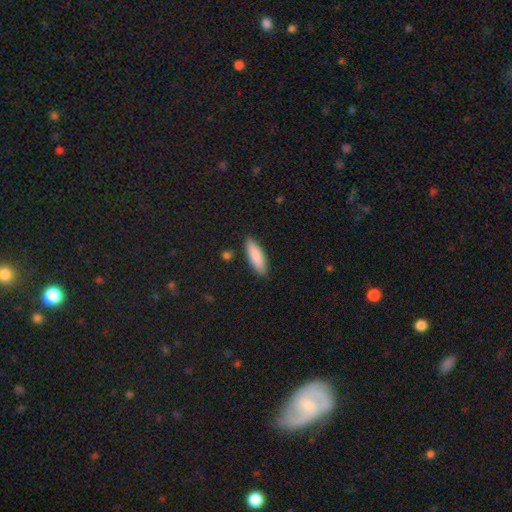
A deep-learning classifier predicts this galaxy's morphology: smooth-or-featured: smooth: 87% | featured or disk: 7% | star or artifact: 6%
  how-rounded: in between: 54% | cigar-shaped: 44% | round: 2%
  merging: none: 86% | minor disturbance: 10% | major disturbance: 2% | merger: 2%